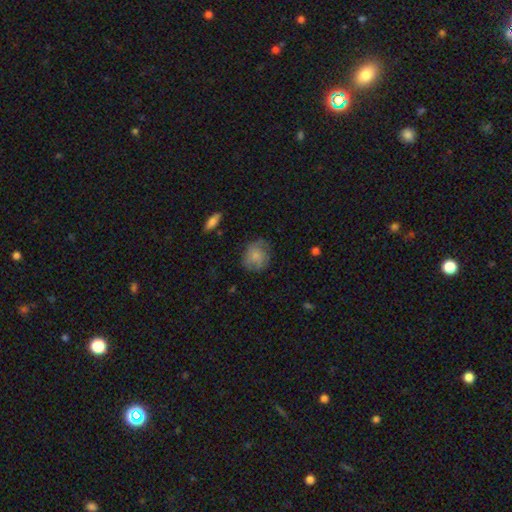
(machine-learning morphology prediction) Q: Smooth or featured?
A: smooth (71%); runner-up: featured or disk (22%)
Q: How rounded?
A: round (79%); runner-up: in between (20%)
Q: Merging?
A: none (65%); runner-up: minor disturbance (25%)